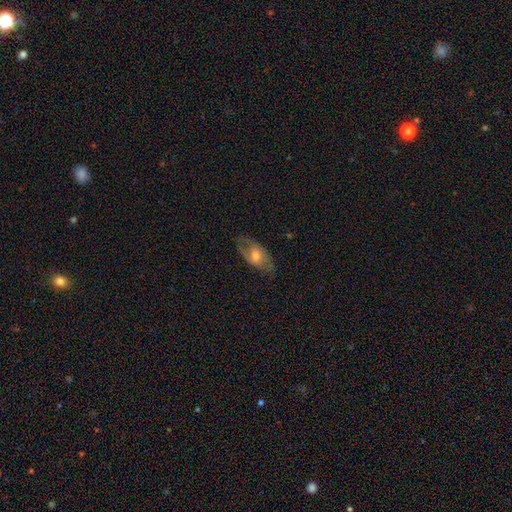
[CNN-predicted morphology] A featured or disk galaxy (57%).

Vote fractions:
- Smooth or featured? featured or disk: 57% / smooth: 35% / star or artifact: 7%
- Edge-on disk? no: 87% / yes: 13%
- Merging? none: 72% / minor disturbance: 19% / major disturbance: 8% / merger: 1%